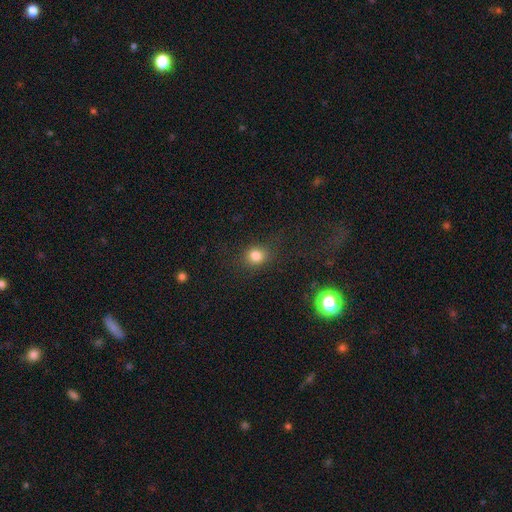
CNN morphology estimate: Smooth or featured? Predicted: smooth (p=0.80). How rounded? Predicted: round (p=0.71). Merging? Predicted: none (p=0.80).